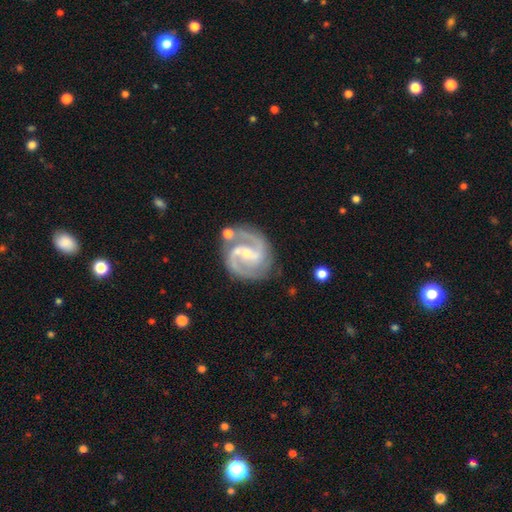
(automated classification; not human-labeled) This appears to be a featured or disk galaxy (92%) with a weak bar (43%), 2 (86%) medium (61%) spiral arms (98%) and a small central bulge (59%). Merging: none (72%).